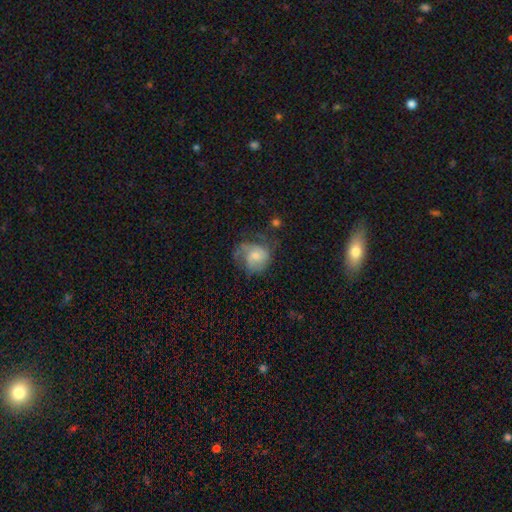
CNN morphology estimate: Smooth or featured? featured or disk (48%)
Merging? none (43%)